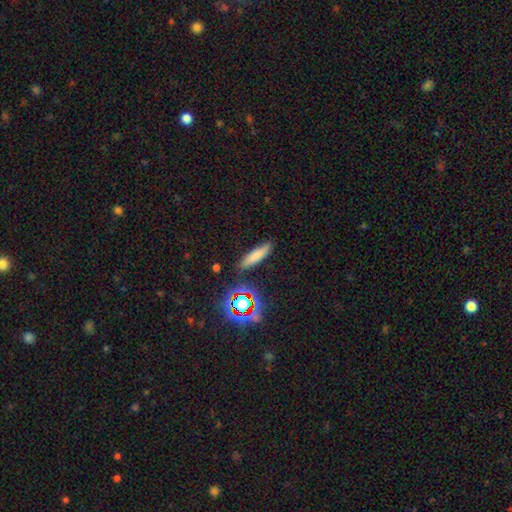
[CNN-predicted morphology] A smooth galaxy with no disk features (72%) that is cigar-shaped (75%).

Vote fractions:
- Smooth or featured? smooth: 72% / star or artifact: 15% / featured or disk: 13%
- How rounded? cigar-shaped: 75% / in between: 23% / round: 3%
- Merging? none: 83% / minor disturbance: 11% / major disturbance: 3% / merger: 3%